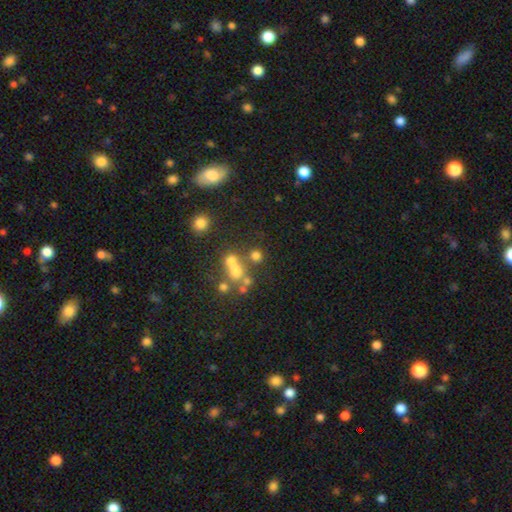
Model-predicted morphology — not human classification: A smooth galaxy with no disk features (61%) that is round (78%). Merging: none (51%).